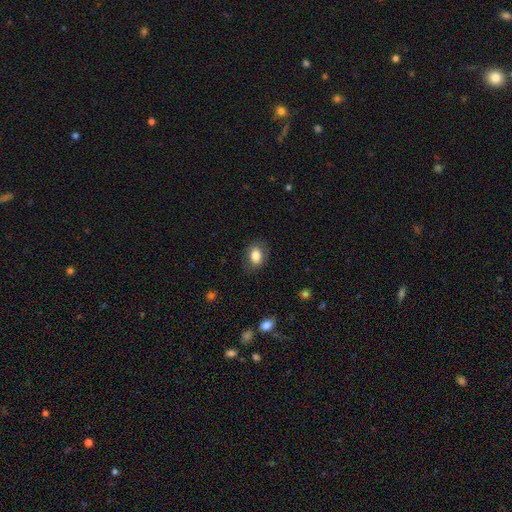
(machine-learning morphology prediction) A smooth galaxy with no disk features (81%) that is in between round and cigar-shaped (74%). Merging: none (80%).